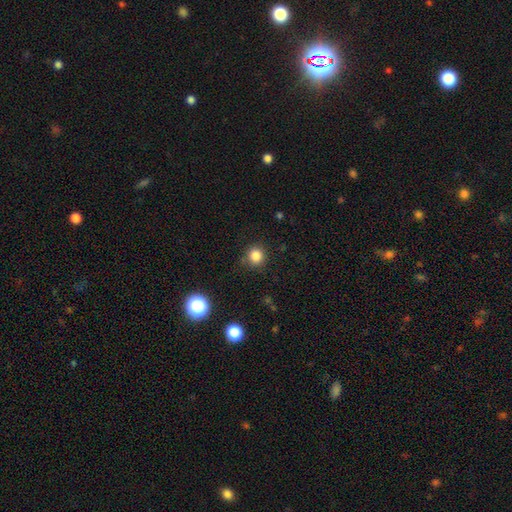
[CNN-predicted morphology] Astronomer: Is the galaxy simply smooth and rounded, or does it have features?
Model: smooth — 83%.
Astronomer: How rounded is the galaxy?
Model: round — 90%.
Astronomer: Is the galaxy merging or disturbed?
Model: none — 86%.